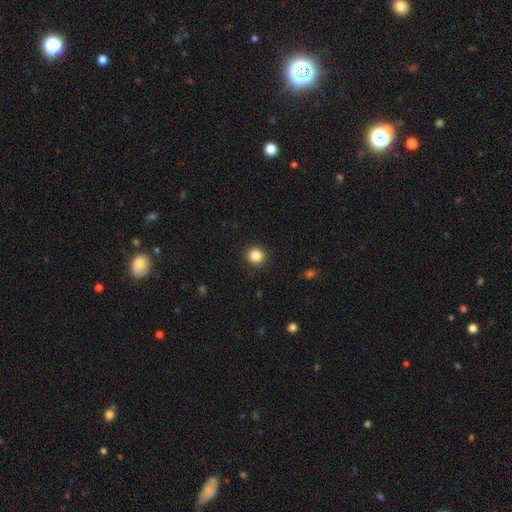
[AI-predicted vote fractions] Smooth or featured: smooth — 85% (star or artifact — 11%)
How rounded: round — 93% (in between — 6%)
Merging: none — 92% (minor disturbance — 5%)